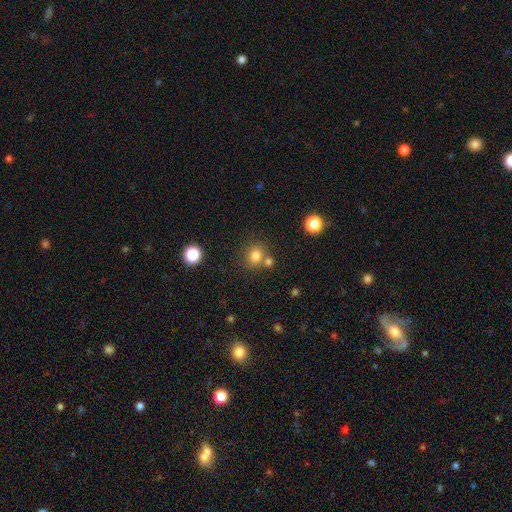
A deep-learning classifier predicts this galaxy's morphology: smooth 79%, star or artifact 14%, featured or disk 7%. Down the decision tree: how rounded — round (77%); merging — none (67%).